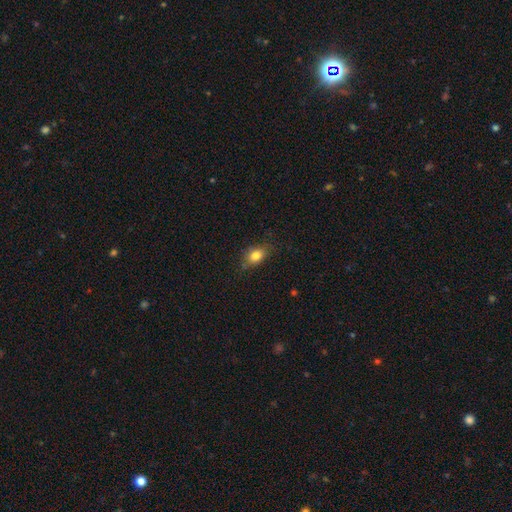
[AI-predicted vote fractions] Smooth or featured?
  - smooth: 80% *
  - star or artifact: 10%
  - featured or disk: 10%
How rounded?
  - in between: 75% *
  - round: 22%
  - cigar-shaped: 3%
Merging?
  - none: 72% *
  - minor disturbance: 21%
  - major disturbance: 5%
  - merger: 1%